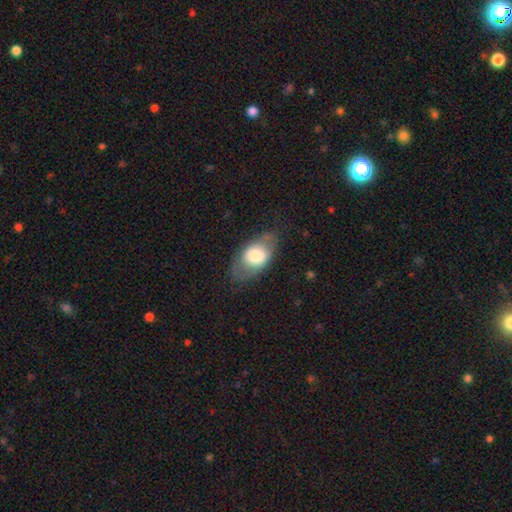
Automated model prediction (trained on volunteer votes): Smooth or featured? smooth (64%)
How rounded? in between (86%)
Merging? none (67%)